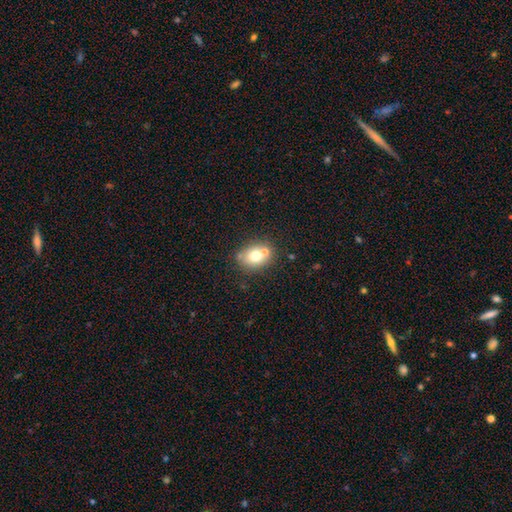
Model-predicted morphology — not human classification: smooth-or-featured: smooth: 71% | featured or disk: 18% | star or artifact: 11%
  how-rounded: round: 55% | in between: 44% | cigar-shaped: 1%
  merging: none: 59% | merger: 26% | minor disturbance: 12% | major disturbance: 4%